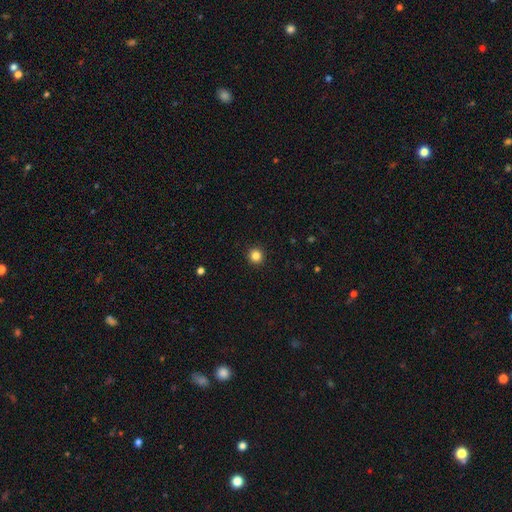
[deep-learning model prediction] This is clearly a smooth galaxy (84%). How rounded: clearly round (95%). Merging: clearly none (93%).